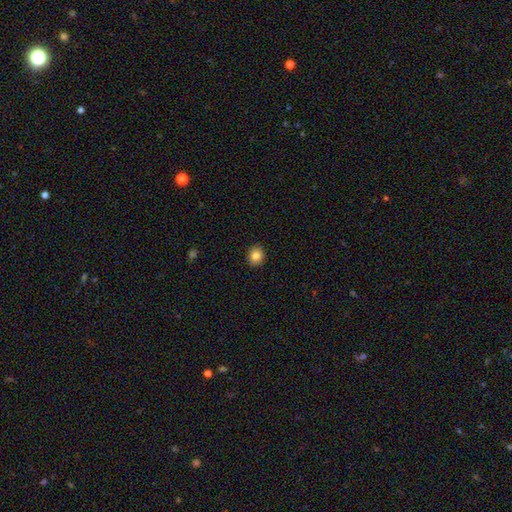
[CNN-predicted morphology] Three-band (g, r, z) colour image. It shows a smooth galaxy with no disk features (84%) that is round (74%). Merging: none (91%).